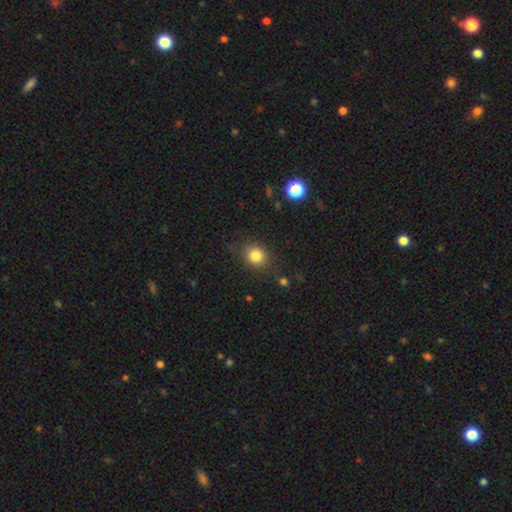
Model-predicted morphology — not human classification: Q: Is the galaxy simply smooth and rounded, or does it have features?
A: smooth — 83%.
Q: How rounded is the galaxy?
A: round — 71%.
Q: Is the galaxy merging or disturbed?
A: none — 82%.